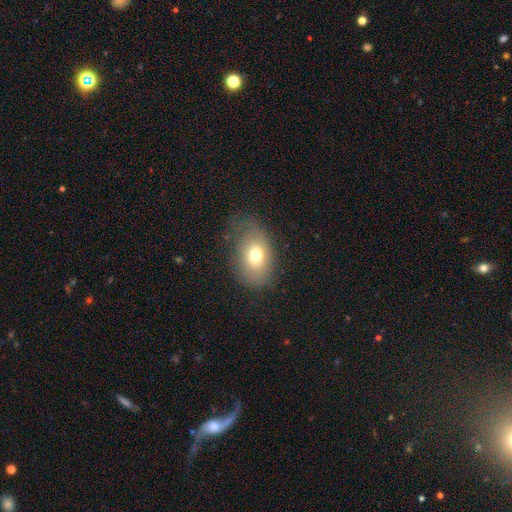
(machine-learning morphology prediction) Q: Smooth or featured?
A: smooth (70%); runner-up: featured or disk (20%)
Q: How rounded?
A: in between (80%); runner-up: round (19%)
Q: Merging?
A: none (58%); runner-up: minor disturbance (27%)